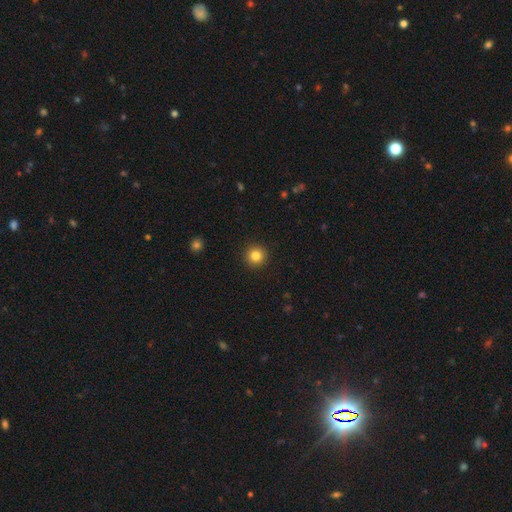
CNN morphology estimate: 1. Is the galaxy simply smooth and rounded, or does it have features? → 83% smooth, 11% star or artifact, 6% featured or disk.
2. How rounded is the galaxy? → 96% round, 3% in between, 1% cigar-shaped.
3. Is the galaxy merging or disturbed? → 93% none, 4% minor disturbance, 2% major disturbance, 1% merger.